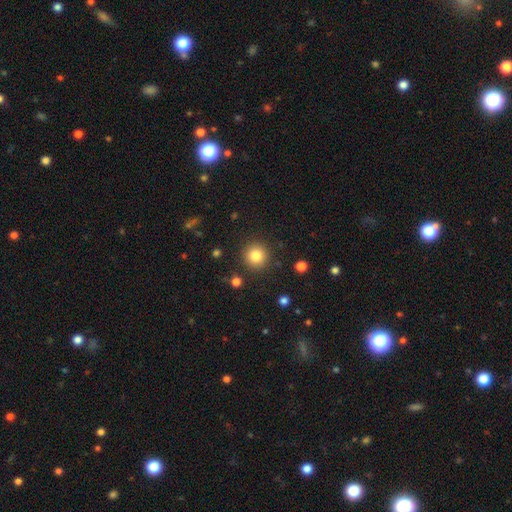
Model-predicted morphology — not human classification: Smooth or featured?
  - smooth: 83% *
  - star or artifact: 11%
  - featured or disk: 6%
How rounded?
  - round: 94% *
  - in between: 5%
  - cigar-shaped: 1%
Merging?
  - none: 90% *
  - minor disturbance: 6%
  - major disturbance: 3%
  - merger: 2%